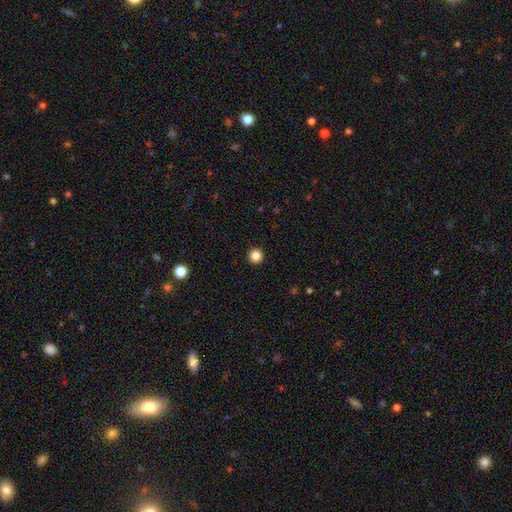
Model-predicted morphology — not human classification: smooth-or-featured: smooth: 86% | star or artifact: 11% | featured or disk: 3%
  how-rounded: round: 96% | in between: 3% | cigar-shaped: 1%
  merging: none: 94% | minor disturbance: 4% | major disturbance: 1% | merger: 1%